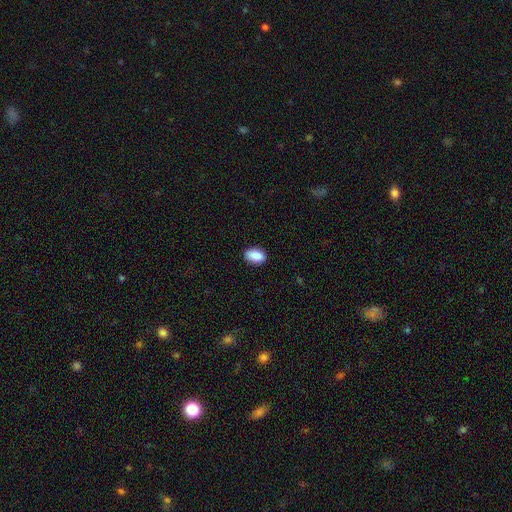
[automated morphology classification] smooth 89%, star or artifact 7%, featured or disk 4%. Down the decision tree: how rounded — in between (90%); merging — none (87%).